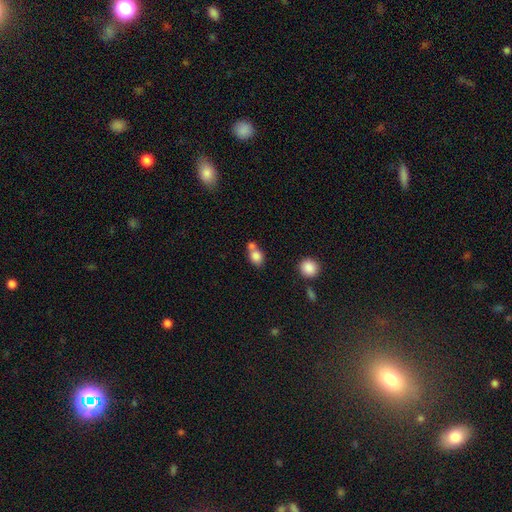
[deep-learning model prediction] Smooth or featured?
  - smooth: 81% *
  - featured or disk: 10%
  - star or artifact: 9%
How rounded?
  - round: 50% *
  - in between: 48%
  - cigar-shaped: 2%
Merging?
  - merger: 47% *
  - none: 38%
  - minor disturbance: 11%
  - major disturbance: 4%